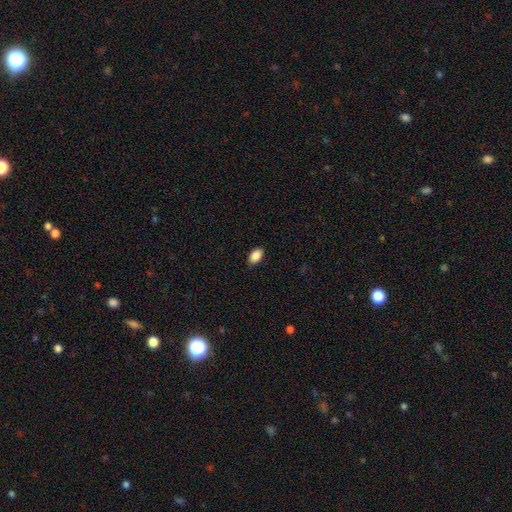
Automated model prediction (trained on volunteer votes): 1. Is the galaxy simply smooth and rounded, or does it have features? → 89% smooth, 8% star or artifact, 3% featured or disk.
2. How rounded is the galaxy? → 90% in between, 9% round, 1% cigar-shaped.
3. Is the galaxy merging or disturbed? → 87% none, 10% minor disturbance, 2% major disturbance, 1% merger.